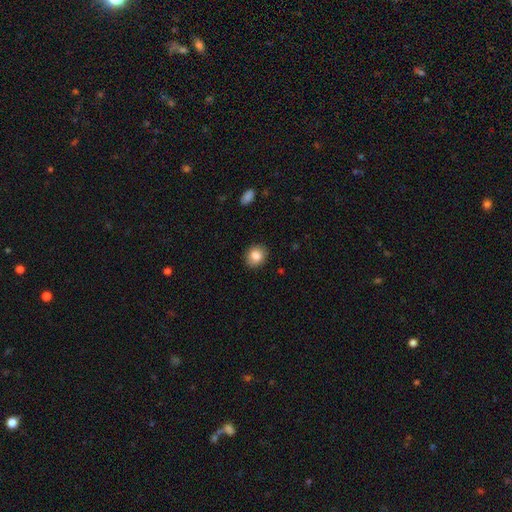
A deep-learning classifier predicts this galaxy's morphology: A smooth galaxy with no disk features (85%) that is round (68%). Merging: none (88%).